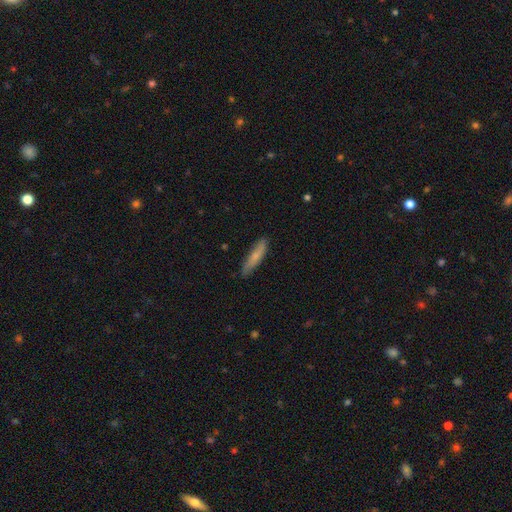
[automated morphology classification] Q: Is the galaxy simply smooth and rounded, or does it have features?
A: smooth — 73%.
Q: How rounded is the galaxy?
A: cigar-shaped — 85%.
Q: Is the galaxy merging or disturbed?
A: none — 83%.